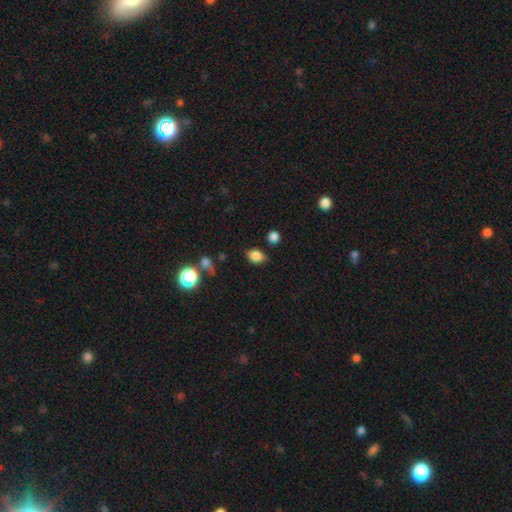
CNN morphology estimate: Smooth or featured? smooth (83%)
How rounded? in between (72%)
Merging? none (76%)